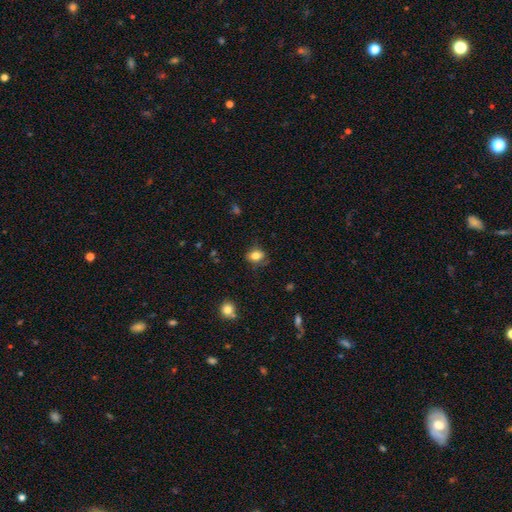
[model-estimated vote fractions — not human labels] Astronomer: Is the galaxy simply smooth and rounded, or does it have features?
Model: smooth — 79%.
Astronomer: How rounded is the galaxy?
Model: in between — 72%.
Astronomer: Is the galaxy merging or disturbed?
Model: none — 67%.